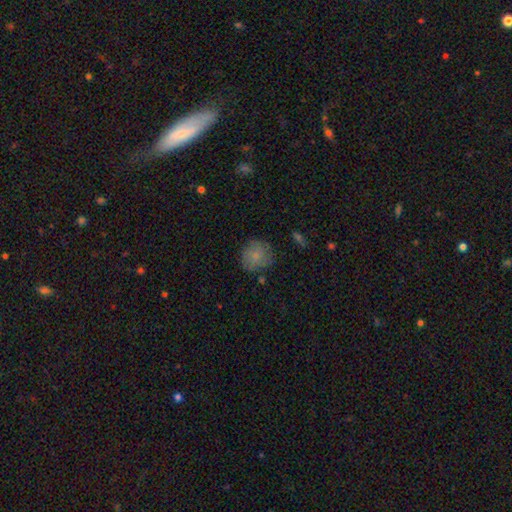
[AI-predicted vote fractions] smooth_or_featured: smooth (p=0.76) [alt: featured or disk p=0.15]
how_rounded: round (p=0.85) [alt: in between p=0.14]
merging: none (p=0.72) [alt: minor disturbance p=0.19]